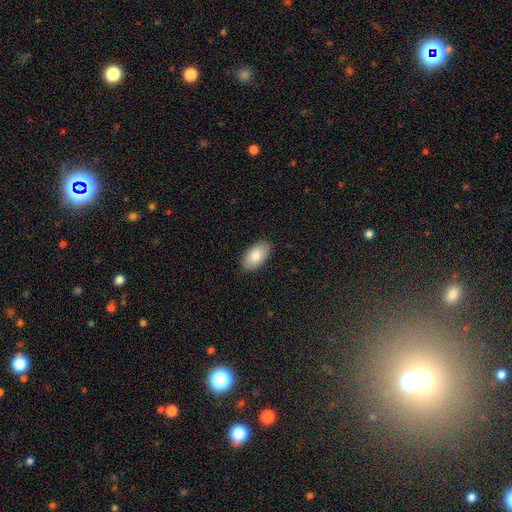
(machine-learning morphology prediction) A smooth galaxy with no disk features (84%) that is in between round and cigar-shaped (95%). Merging: none (88%).